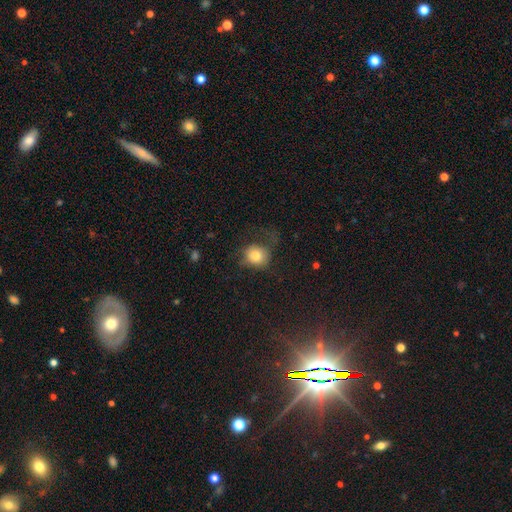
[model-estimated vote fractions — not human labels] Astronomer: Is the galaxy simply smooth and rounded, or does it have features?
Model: smooth — 78%.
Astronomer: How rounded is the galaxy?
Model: round — 76%.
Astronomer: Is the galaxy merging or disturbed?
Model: none — 50% (runner-up: major disturbance, 26%).